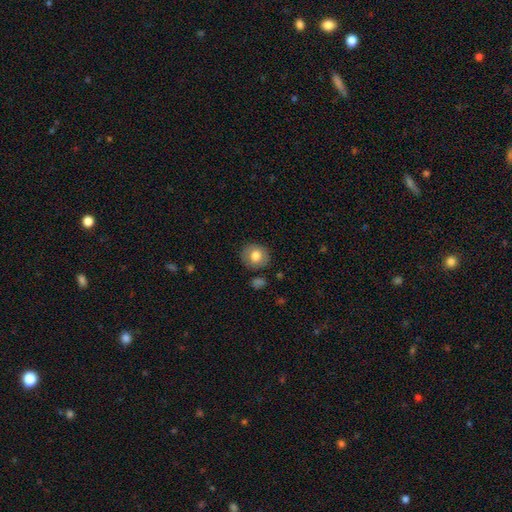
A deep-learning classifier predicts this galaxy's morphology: Q: Smooth or featured?
A: smooth (74%); runner-up: featured or disk (18%)
Q: How rounded?
A: round (79%); runner-up: in between (20%)
Q: Merging?
A: none (84%); runner-up: minor disturbance (11%)